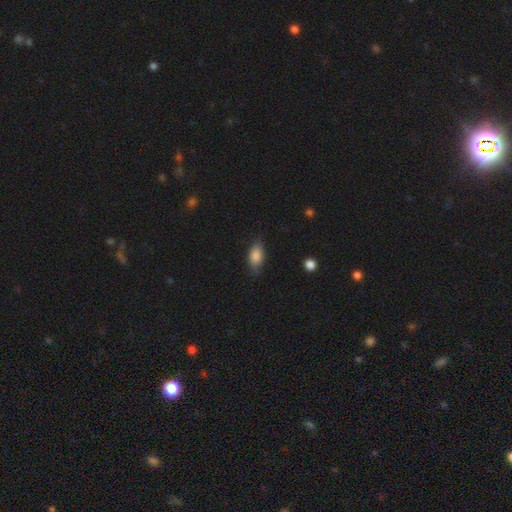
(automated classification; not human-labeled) Smooth or featured?
  - smooth: 85% *
  - featured or disk: 8%
  - star or artifact: 7%
How rounded?
  - in between: 89% *
  - cigar-shaped: 6%
  - round: 5%
Merging?
  - none: 75% *
  - minor disturbance: 20%
  - major disturbance: 4%
  - merger: 1%